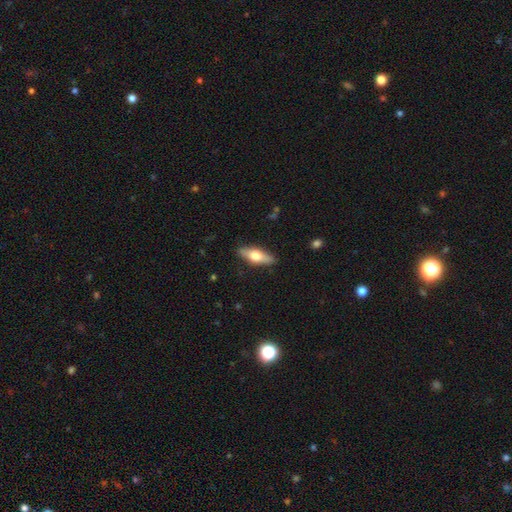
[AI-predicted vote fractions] Morphology: type=smooth (50%); roundness=in between (59%); merging=none (88%).